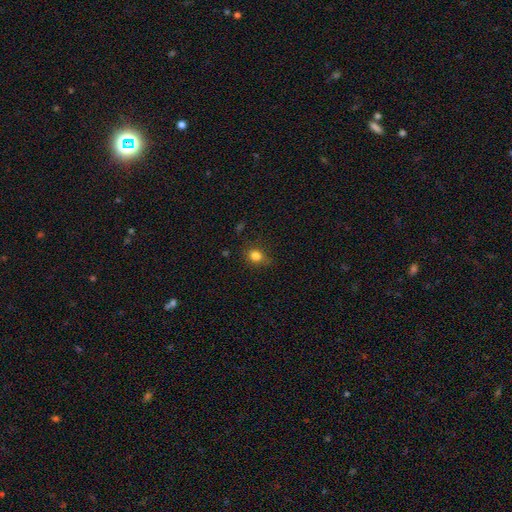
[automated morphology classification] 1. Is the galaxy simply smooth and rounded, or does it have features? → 82% smooth, 12% star or artifact, 6% featured or disk.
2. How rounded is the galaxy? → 60% round, 39% in between, 1% cigar-shaped.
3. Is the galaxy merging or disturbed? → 80% none, 15% minor disturbance, 4% major disturbance, 1% merger.